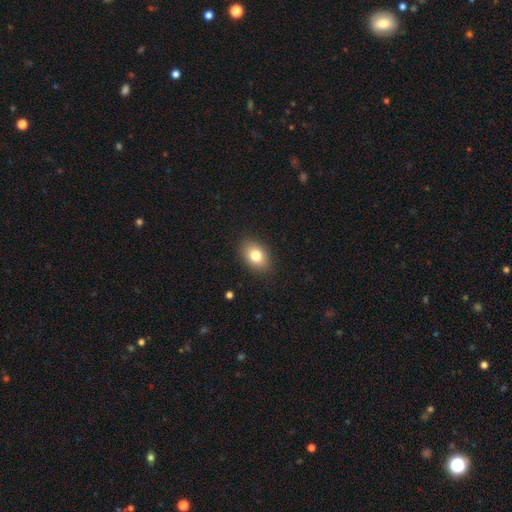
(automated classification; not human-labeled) smooth_or_featured: smooth (p=0.79) [alt: featured or disk p=0.11]
how_rounded: in between (p=0.79) [alt: round p=0.20]
merging: none (p=0.88) [alt: minor disturbance p=0.09]